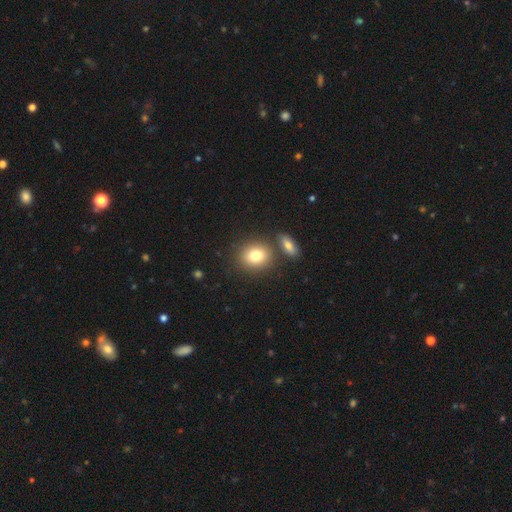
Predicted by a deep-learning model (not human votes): smooth_or_featured: smooth (p=0.80) [alt: featured or disk p=0.11]
how_rounded: round (p=0.67) [alt: in between p=0.32]
merging: none (p=0.71) [alt: merger p=0.17]